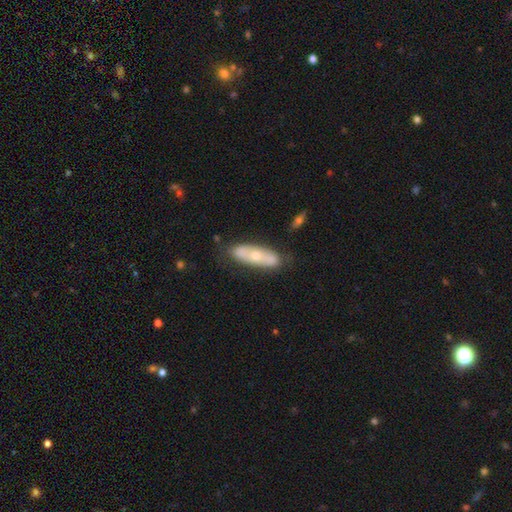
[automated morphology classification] This is possibly a featured or disk galaxy (48%). Merging: likely none (75%).